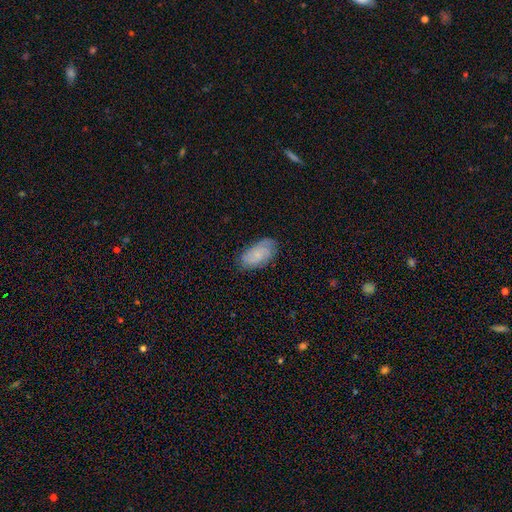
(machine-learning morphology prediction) Smooth or featured?
  - smooth: 53% *
  - featured or disk: 39%
  - star or artifact: 8%
How rounded?
  - in between: 93% *
  - round: 4%
  - cigar-shaped: 3%
Merging?
  - none: 73% *
  - minor disturbance: 20%
  - major disturbance: 5%
  - merger: 1%